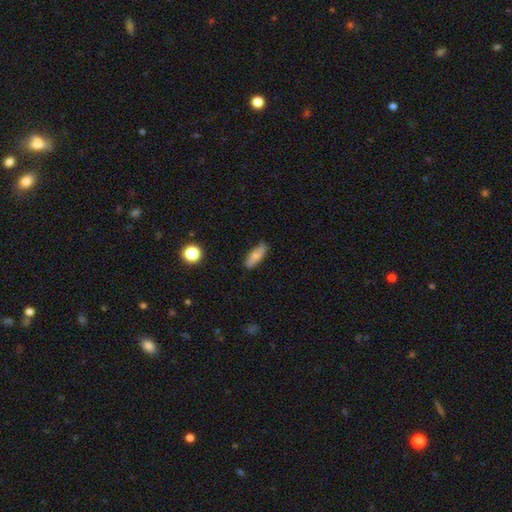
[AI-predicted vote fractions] Q: Smooth or featured?
A: smooth (75%); runner-up: featured or disk (18%)
Q: How rounded?
A: in between (68%); runner-up: cigar-shaped (29%)
Q: Merging?
A: none (77%); runner-up: minor disturbance (19%)